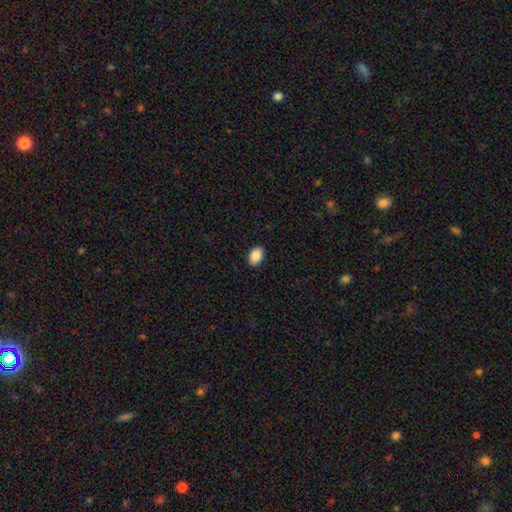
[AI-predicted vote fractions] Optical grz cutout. It shows a smooth galaxy with no disk features (89%) that is in between round and cigar-shaped (83%). Merging: none (90%).